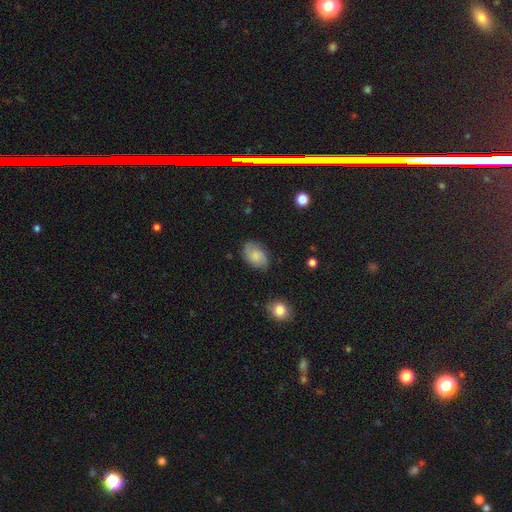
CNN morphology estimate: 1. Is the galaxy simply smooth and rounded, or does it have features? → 63% smooth, 29% featured or disk, 8% star or artifact.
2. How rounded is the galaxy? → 87% in between, 12% round, 1% cigar-shaped.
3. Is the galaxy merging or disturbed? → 75% none, 19% minor disturbance, 5% major disturbance, 2% merger.